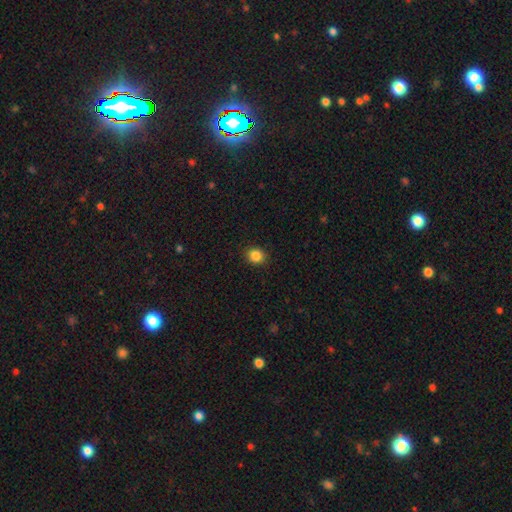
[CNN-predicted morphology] Smooth or featured: smooth — 86% (star or artifact — 11%)
How rounded: round — 76% (in between — 23%)
Merging: none — 91% (minor disturbance — 6%)